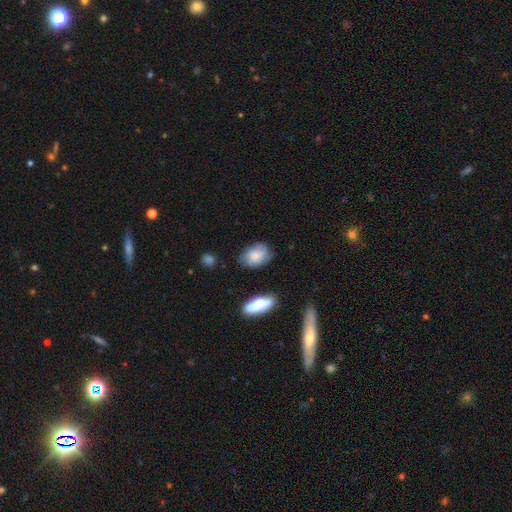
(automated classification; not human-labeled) This appears to be a smooth galaxy with no disk features (73%) that is in between round and cigar-shaped (81%). Merging: none (65%).